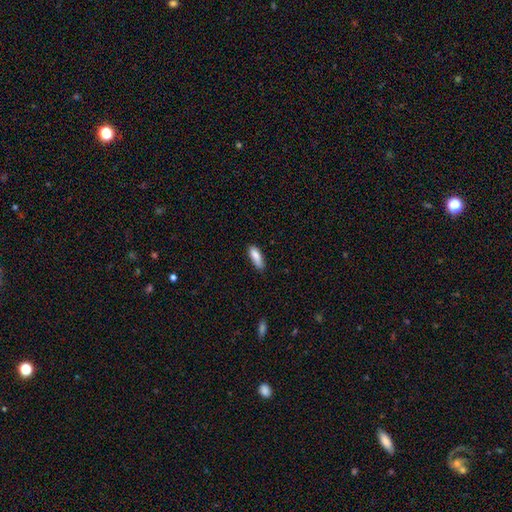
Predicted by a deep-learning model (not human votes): Smooth or featured? smooth (85%)
How rounded? in between (54%)
Merging? none (71%)